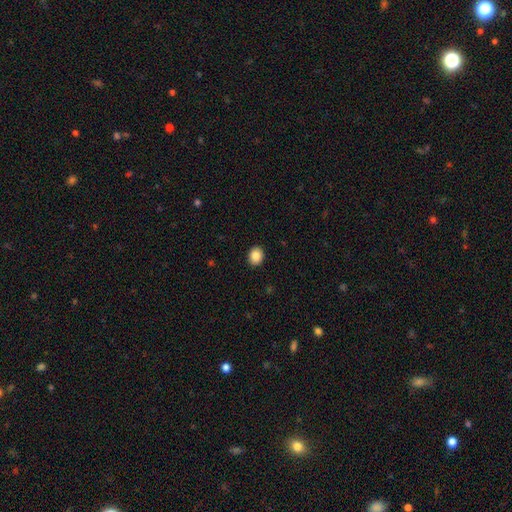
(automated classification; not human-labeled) The model was most divided on "how rounded": round: 51%, in between: 49%, cigar-shaped: 1%. More confident: merging — none (90%); smooth or featured — smooth (88%).